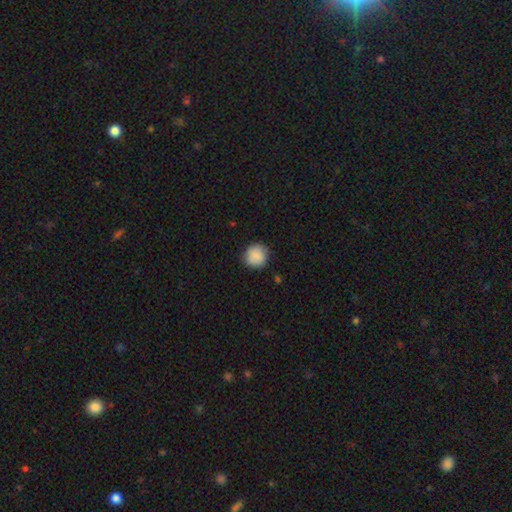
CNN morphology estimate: Smooth or featured? smooth (88%)
How rounded? round (91%)
Merging? none (83%)